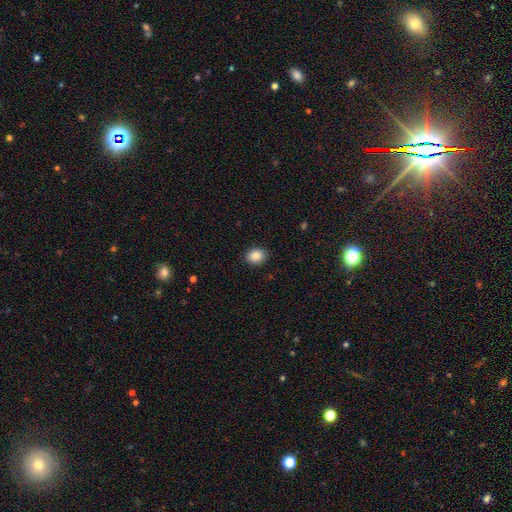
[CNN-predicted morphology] A smooth galaxy with no disk features (88%) that is round (50%).

Vote fractions:
- Smooth or featured? smooth: 88% / star or artifact: 8% / featured or disk: 3%
- How rounded? round: 50% / in between: 49% / cigar-shaped: 1%
- Merging? none: 88% / minor disturbance: 9% / major disturbance: 2% / merger: 1%